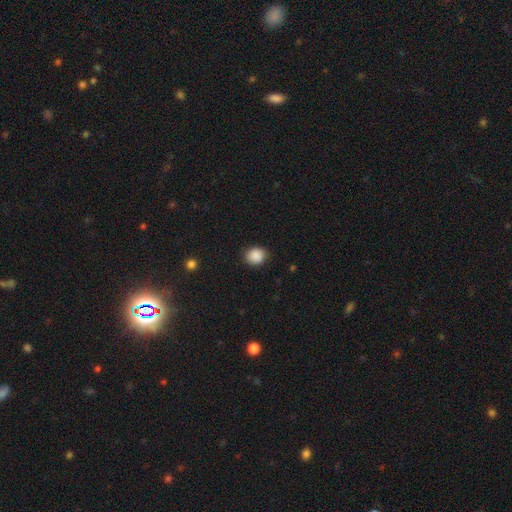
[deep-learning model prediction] A smooth galaxy with no disk features (88%) that is round (75%).

Vote fractions:
- Smooth or featured? smooth: 88% / star or artifact: 9% / featured or disk: 3%
- How rounded? round: 75% / in between: 24% / cigar-shaped: 1%
- Merging? none: 86% / minor disturbance: 10% / major disturbance: 3% / merger: 1%